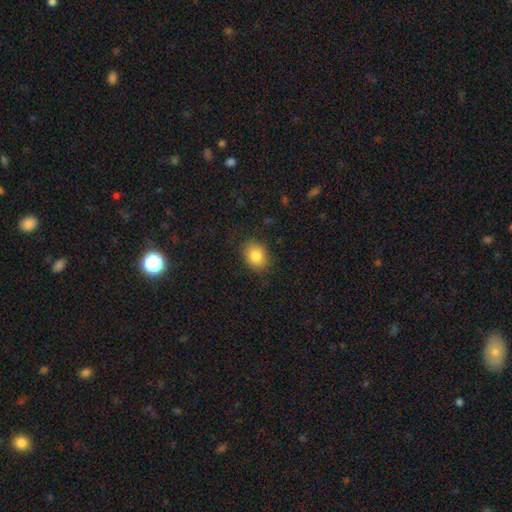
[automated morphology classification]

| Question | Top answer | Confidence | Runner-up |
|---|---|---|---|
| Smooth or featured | smooth | 85% | star or artifact (9%) |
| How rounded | in between | 56% | round (43%) |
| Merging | none | 85% | minor disturbance (11%) |